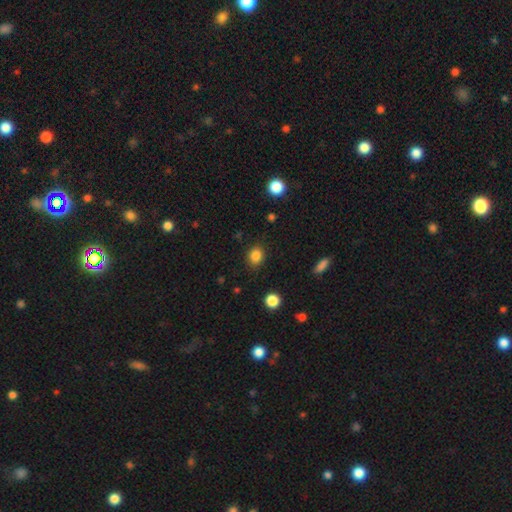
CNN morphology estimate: type=smooth (84%); roundness=round (67%); merging=none (87%).